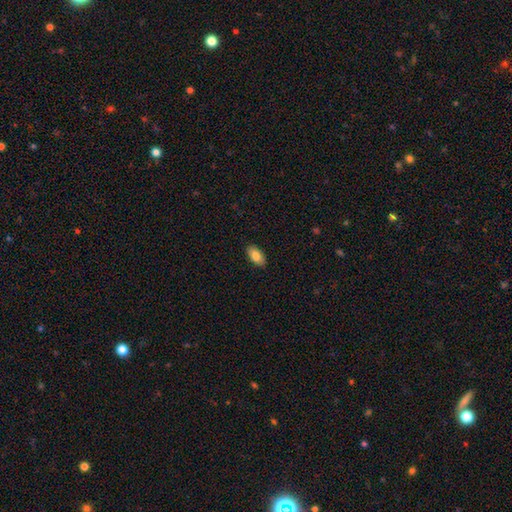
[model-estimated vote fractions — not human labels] Morphology: type=smooth (84%); roundness=in between (93%); merging=none (89%).